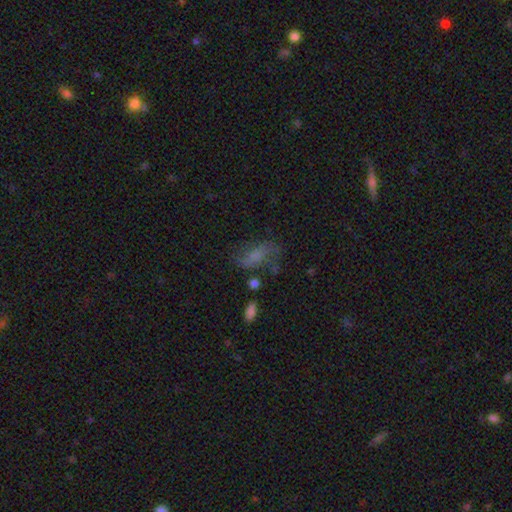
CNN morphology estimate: Smooth or featured? smooth (54%)
How rounded? in between (78%)
Merging? none (48%)